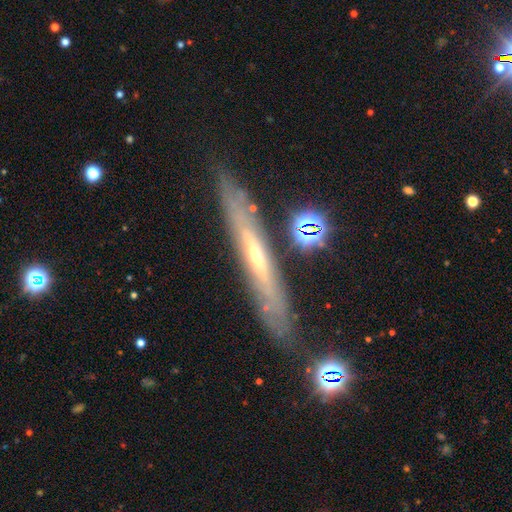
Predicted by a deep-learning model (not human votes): Smooth or featured? Predicted: featured or disk (p=0.76). Edge-on disk? Predicted: yes (p=0.74). Edge-on bulge? Predicted: rounded (p=0.54). Merging? Predicted: none (p=0.83).